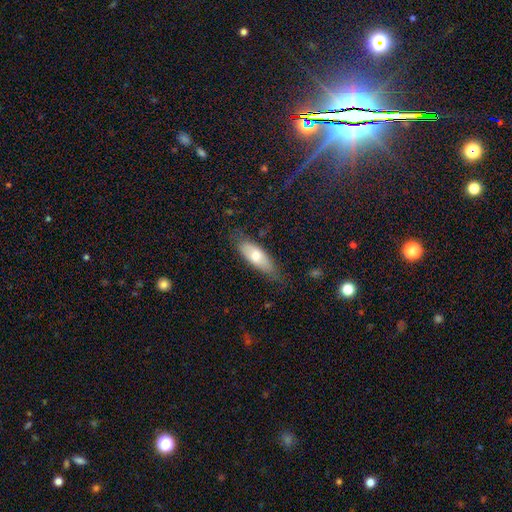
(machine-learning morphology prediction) Smooth or featured: smooth — 69% (featured or disk — 25%)
How rounded: in between — 65% (cigar-shaped — 33%)
Merging: none — 73% (minor disturbance — 21%)